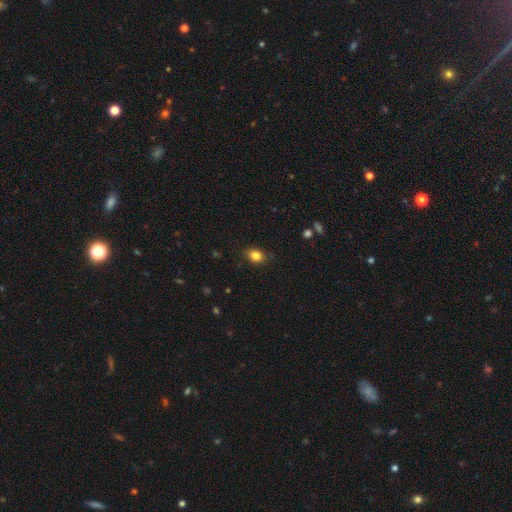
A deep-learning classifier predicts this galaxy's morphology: smooth_or_featured: smooth (p=0.83) [alt: star or artifact p=0.11]
how_rounded: in between (p=0.60) [alt: round p=0.39]
merging: none (p=0.84) [alt: minor disturbance p=0.13]